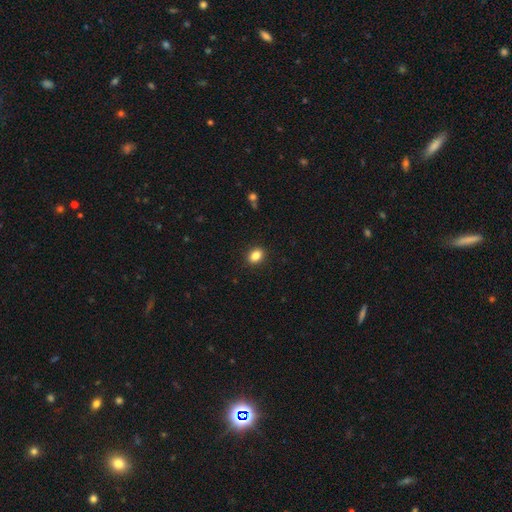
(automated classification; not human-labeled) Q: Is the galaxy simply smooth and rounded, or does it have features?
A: smooth — 85%.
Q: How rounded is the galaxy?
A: in between — 69%.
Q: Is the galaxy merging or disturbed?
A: none — 90%.